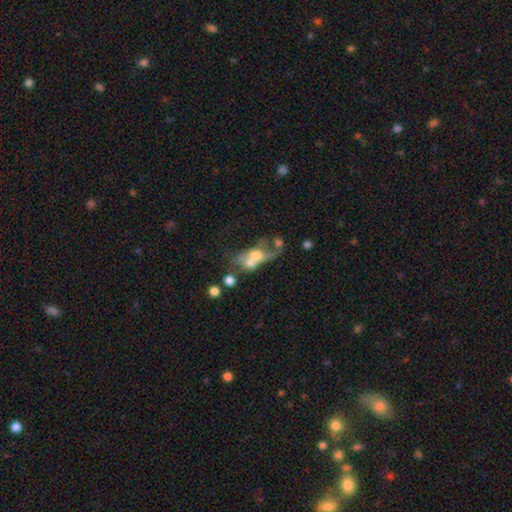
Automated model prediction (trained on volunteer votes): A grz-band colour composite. It shows a smooth galaxy with no disk features (47%). Merging: merger (60%).